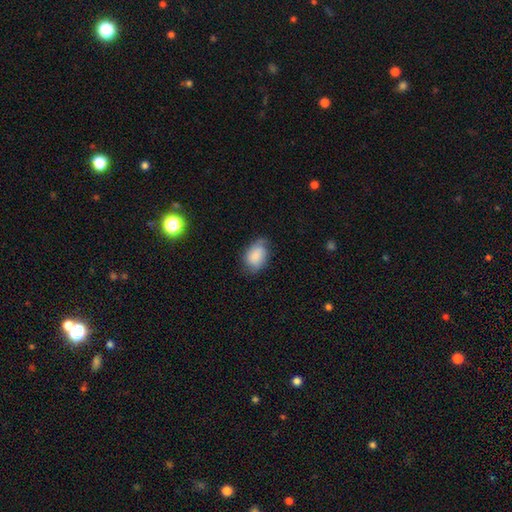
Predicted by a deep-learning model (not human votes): smooth_or_featured: smooth (p=0.76) [alt: featured or disk p=0.17]
how_rounded: in between (p=0.82) [alt: round p=0.16]
merging: none (p=0.60) [alt: minor disturbance p=0.31]